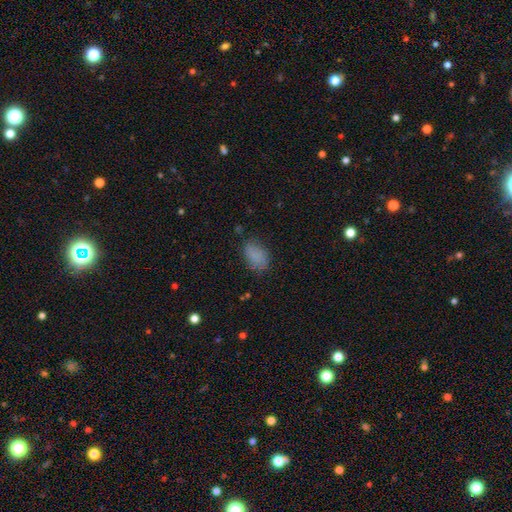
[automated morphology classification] Overall: smooth (81%). How rounded: in between (87%). Merging: none (72%).